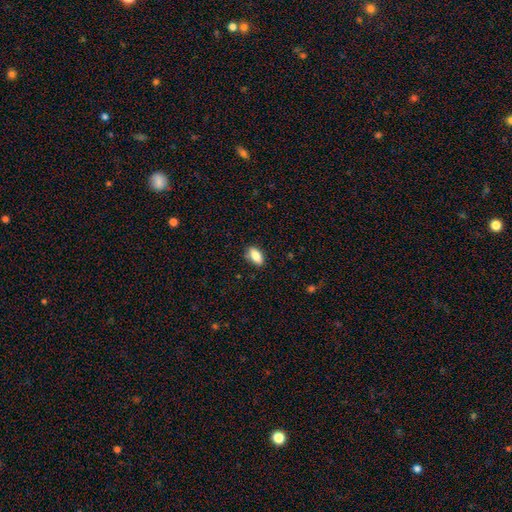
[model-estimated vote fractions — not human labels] Morphology: type=smooth (84%); roundness=in between (88%); merging=none (84%).